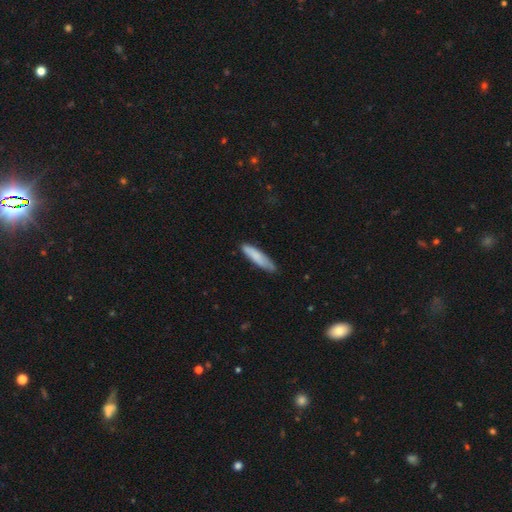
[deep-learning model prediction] Overall: smooth (81%). How rounded: cigar-shaped (81%). Merging: none (79%).